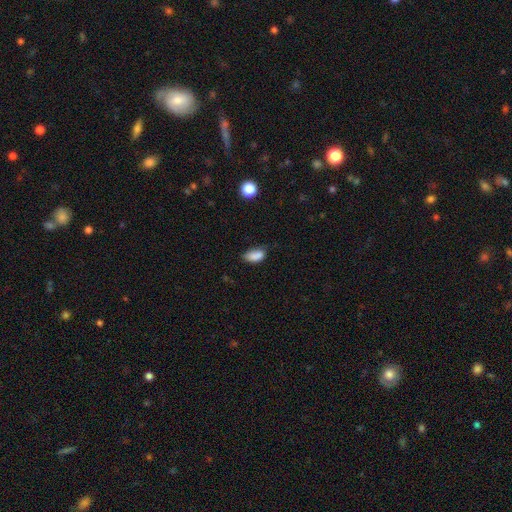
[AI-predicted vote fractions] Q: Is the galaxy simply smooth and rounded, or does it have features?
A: smooth — 84%.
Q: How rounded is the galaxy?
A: in between — 89%.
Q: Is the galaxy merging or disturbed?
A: none — 52%.